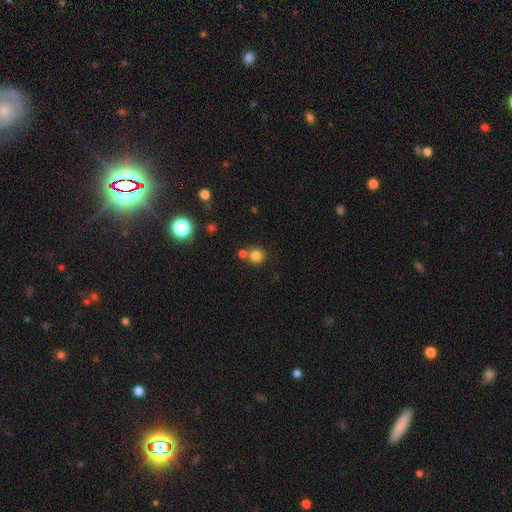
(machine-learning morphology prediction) Smooth or featured? smooth (81%)
How rounded? round (90%)
Merging? none (65%)